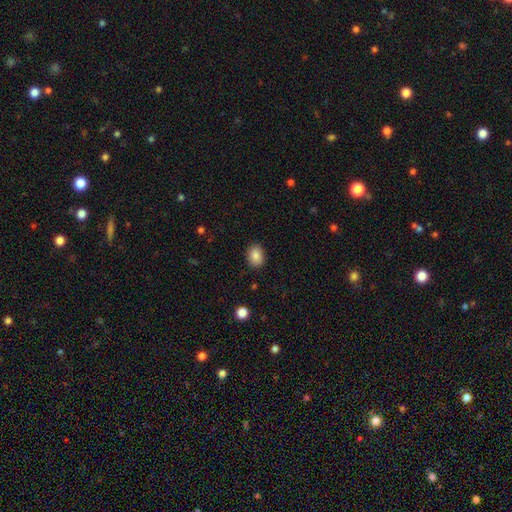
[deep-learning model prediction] A smooth galaxy with no disk features (87%) that is in between round and cigar-shaped (68%). Merging: none (88%).